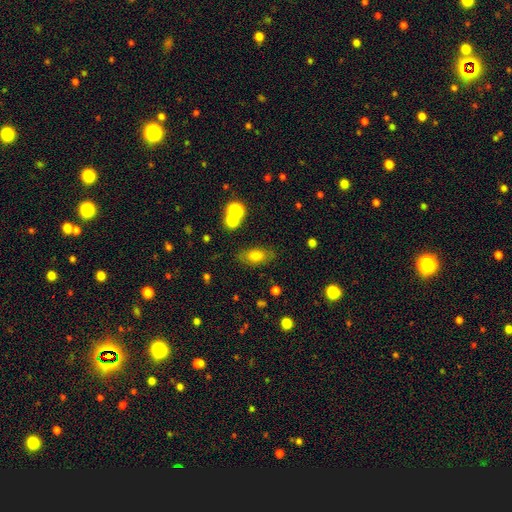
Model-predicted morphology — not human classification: Smooth or featured?
  - smooth: 74% *
  - featured or disk: 16%
  - star or artifact: 10%
How rounded?
  - in between: 85% *
  - round: 9%
  - cigar-shaped: 6%
Merging?
  - none: 75% *
  - minor disturbance: 15%
  - merger: 5%
  - major disturbance: 5%